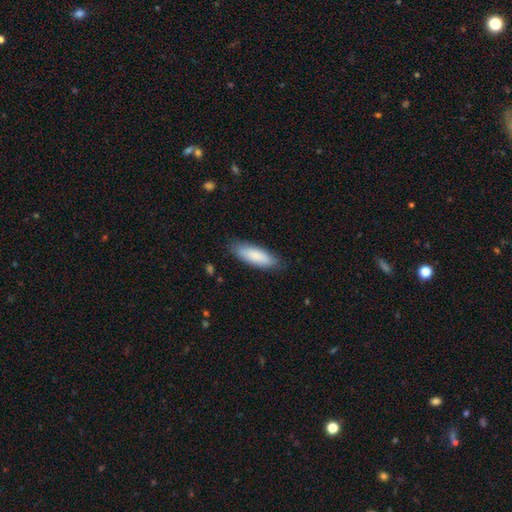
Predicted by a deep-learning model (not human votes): Smooth or featured? Predicted: smooth (p=0.85). How rounded? Predicted: in between (p=0.57). Merging? Predicted: none (p=0.83).